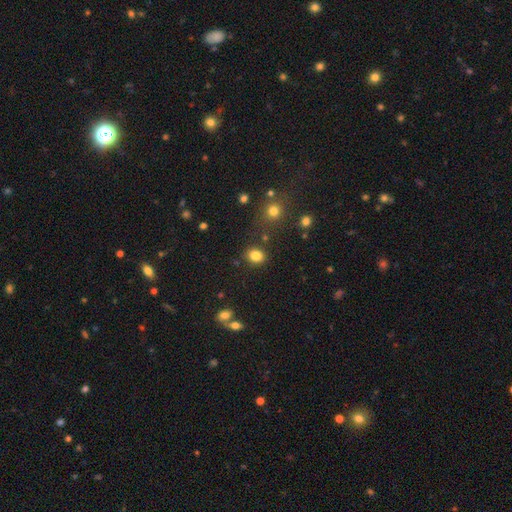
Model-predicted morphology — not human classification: type=smooth (83%); roundness=round (56%); merging=none (83%).